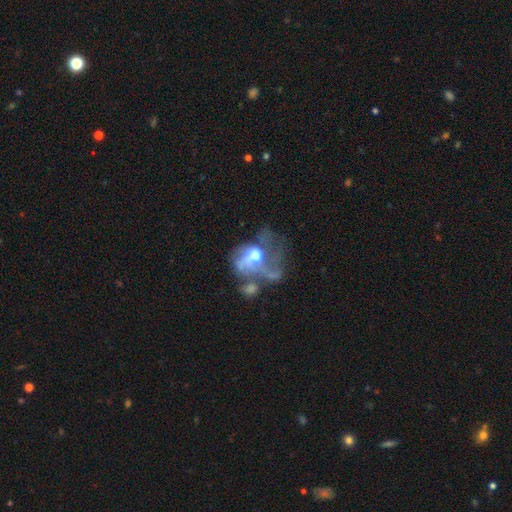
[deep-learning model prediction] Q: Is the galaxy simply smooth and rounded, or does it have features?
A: featured or disk — 61%.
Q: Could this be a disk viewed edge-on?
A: no — 97%.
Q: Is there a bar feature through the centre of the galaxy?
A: no — 73%.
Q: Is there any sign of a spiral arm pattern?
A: no — 59%.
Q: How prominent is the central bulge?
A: moderate — 60%.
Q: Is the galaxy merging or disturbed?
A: major disturbance — 48%.